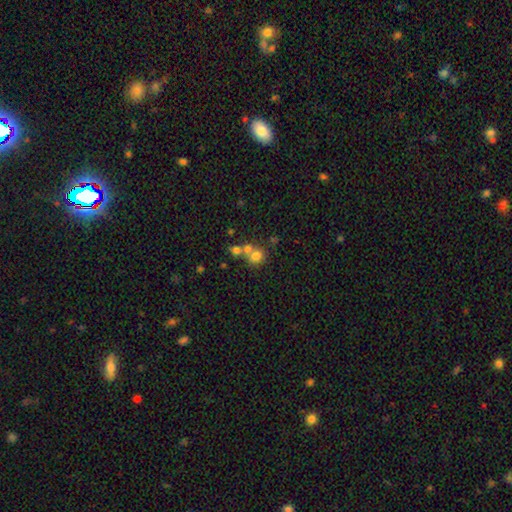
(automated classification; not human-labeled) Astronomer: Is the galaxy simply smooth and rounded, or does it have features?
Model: smooth — 71%.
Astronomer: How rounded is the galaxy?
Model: round — 80%.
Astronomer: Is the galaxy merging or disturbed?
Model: merger — 47% (runner-up: none, 42%).